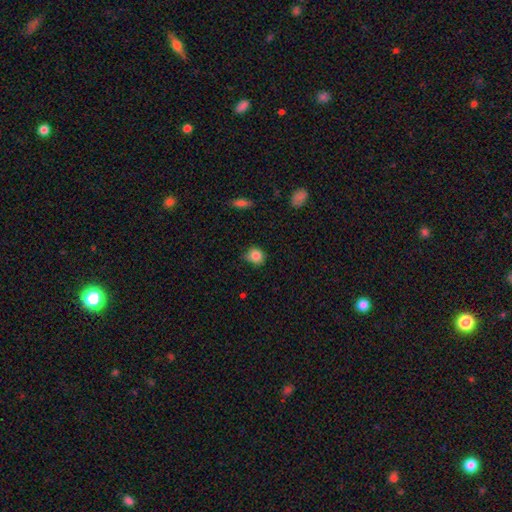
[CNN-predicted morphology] A smooth galaxy with no disk features (84%) that is round (79%). Merging: none (68%).